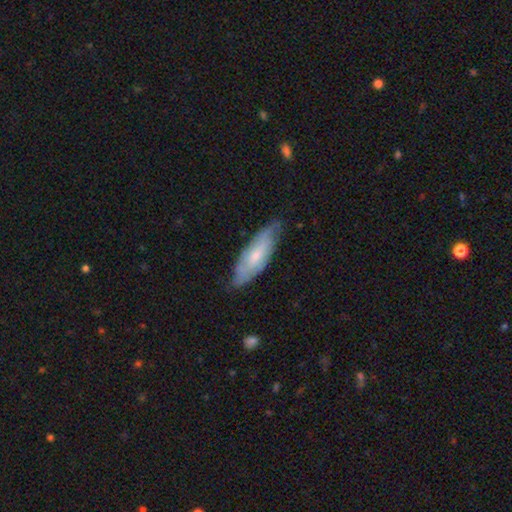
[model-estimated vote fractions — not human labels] Morphology: type=smooth (48%); merging=none (69%).